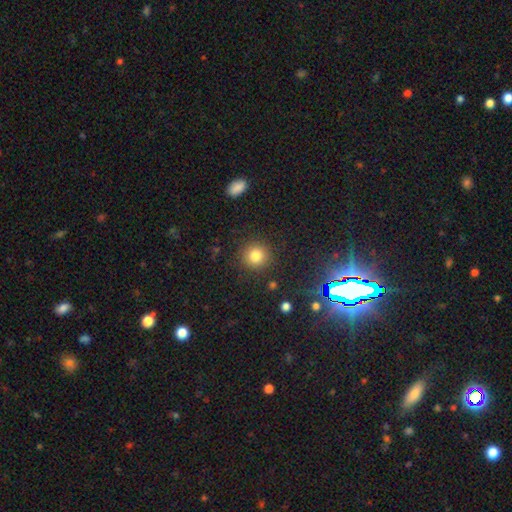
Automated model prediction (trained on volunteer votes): This is likely a smooth galaxy (80%). How rounded: clearly round (92%). Merging: clearly none (88%).